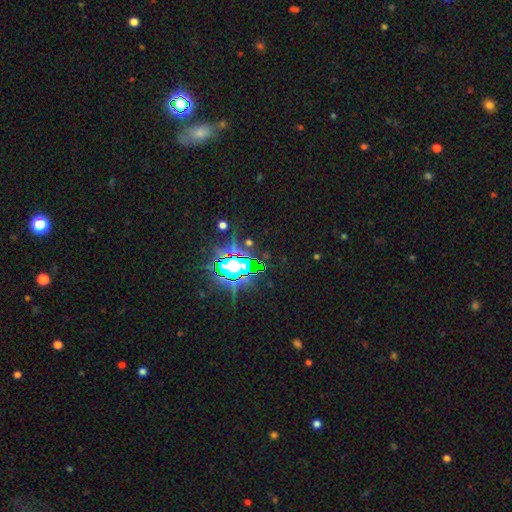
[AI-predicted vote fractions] smooth_or_featured: star or artifact (p=0.81) [alt: smooth p=0.11]